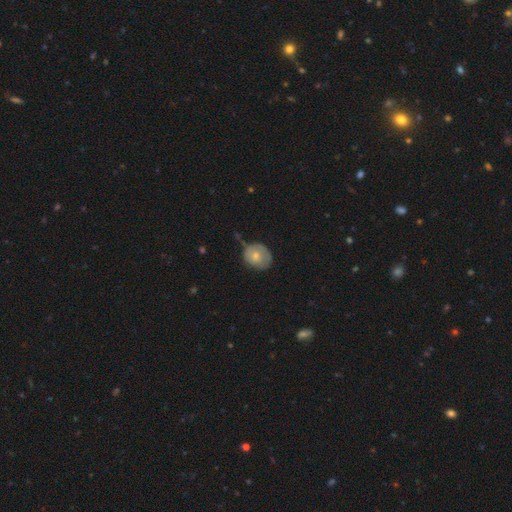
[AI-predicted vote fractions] Smooth or featured?
  - smooth: 63% *
  - featured or disk: 30%
  - star or artifact: 7%
How rounded?
  - round: 67% *
  - in between: 32%
  - cigar-shaped: 1%
Merging?
  - none: 54% *
  - minor disturbance: 33%
  - major disturbance: 9%
  - merger: 4%